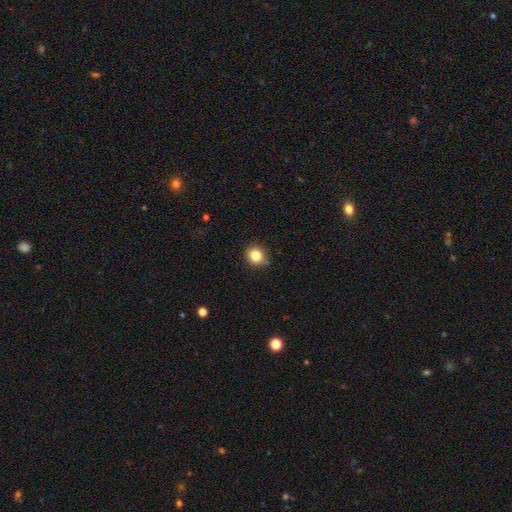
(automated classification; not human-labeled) Smooth or featured? smooth (83%)
How rounded? round (84%)
Merging? none (85%)